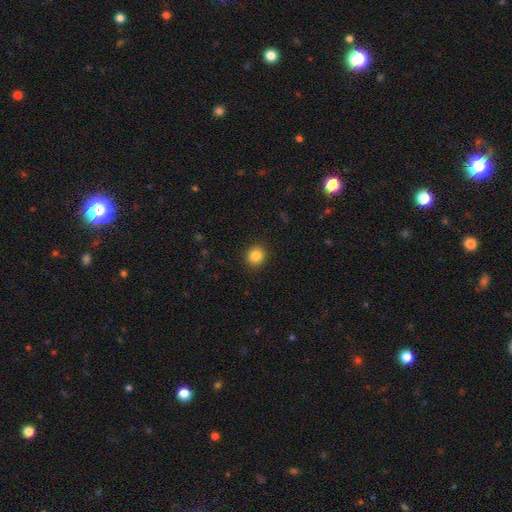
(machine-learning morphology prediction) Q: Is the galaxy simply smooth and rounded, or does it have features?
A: smooth — 85%.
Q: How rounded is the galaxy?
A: round — 88%.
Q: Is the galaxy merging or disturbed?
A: none — 91%.